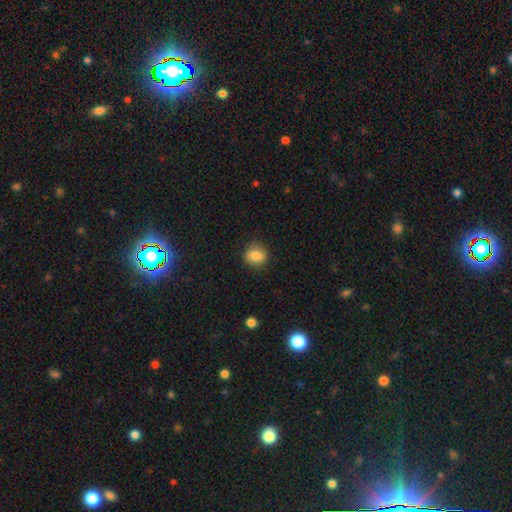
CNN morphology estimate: Smooth or featured? smooth (83%)
How rounded? round (79%)
Merging? none (86%)